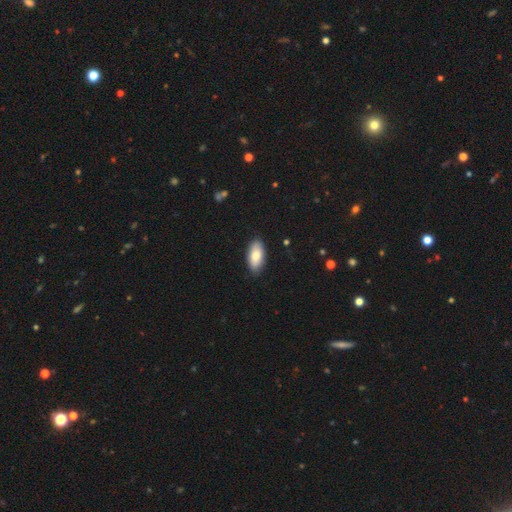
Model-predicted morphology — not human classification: Smooth or featured? smooth (80%)
How rounded? in between (91%)
Merging? none (88%)